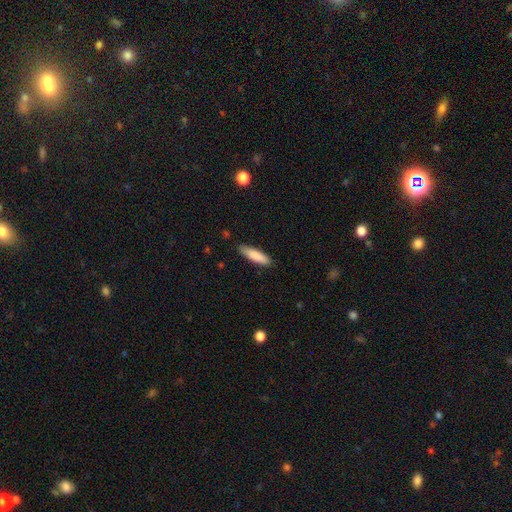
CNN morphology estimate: type=smooth (85%); roundness=cigar-shaped (66%); merging=none (86%).